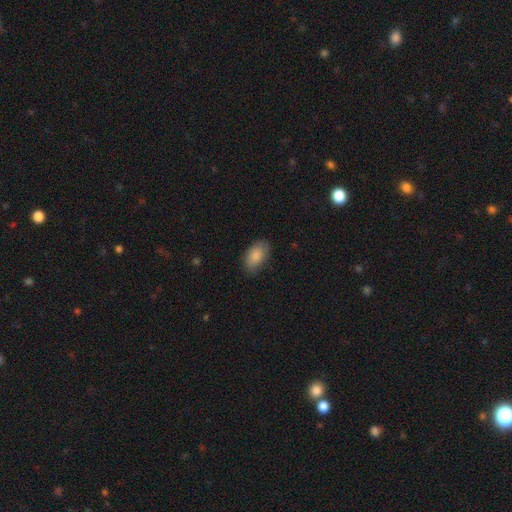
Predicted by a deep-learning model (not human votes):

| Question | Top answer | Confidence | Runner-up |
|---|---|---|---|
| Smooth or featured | smooth | 86% | featured or disk (8%) |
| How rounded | in between | 93% | round (5%) |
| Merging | none | 79% | minor disturbance (16%) |